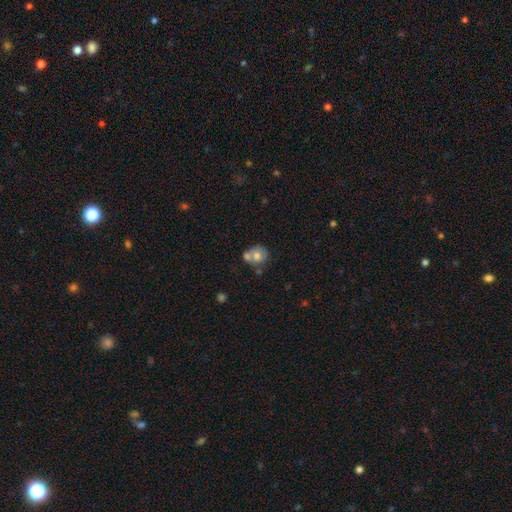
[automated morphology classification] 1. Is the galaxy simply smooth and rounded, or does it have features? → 65% smooth, 27% featured or disk, 9% star or artifact.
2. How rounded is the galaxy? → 71% round, 29% in between, 1% cigar-shaped.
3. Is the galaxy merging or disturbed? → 43% merger, 37% none, 14% minor disturbance, 6% major disturbance.